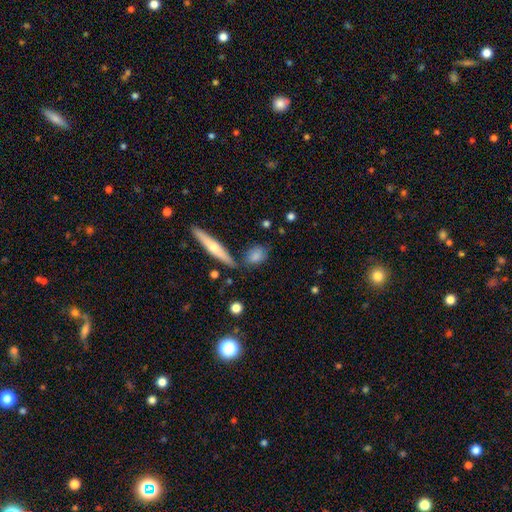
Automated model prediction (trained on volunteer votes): Smooth or featured? smooth (76%)
How rounded? in between (61%)
Merging? none (66%)